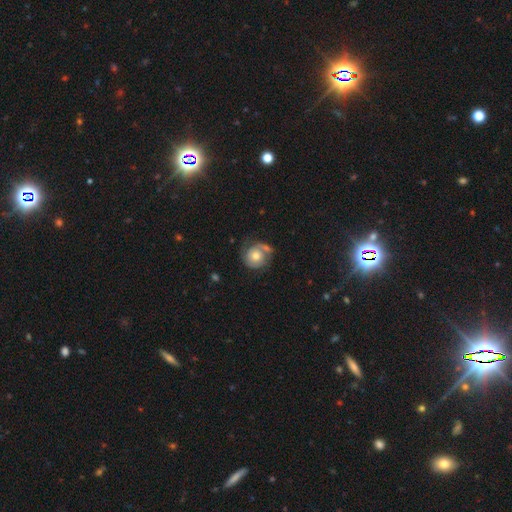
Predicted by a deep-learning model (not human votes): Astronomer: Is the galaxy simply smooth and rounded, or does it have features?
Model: featured or disk — 55% (runner-up: smooth, 38%).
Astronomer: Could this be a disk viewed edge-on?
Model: no — 97%.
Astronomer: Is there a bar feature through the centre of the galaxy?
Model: no — 83%.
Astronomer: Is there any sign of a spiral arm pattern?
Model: yes — 78%.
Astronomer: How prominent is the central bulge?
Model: moderate — 66%.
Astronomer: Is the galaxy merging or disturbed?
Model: none — 53%.